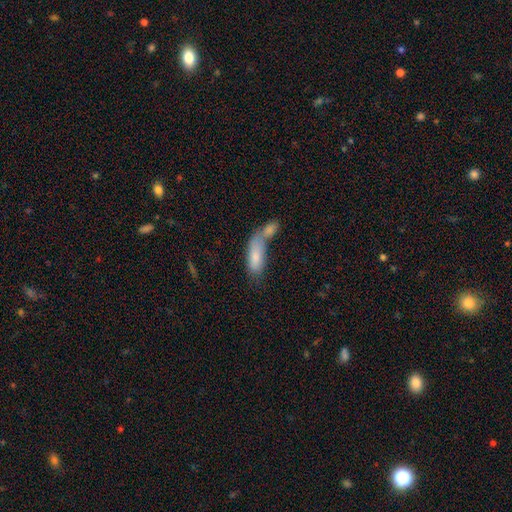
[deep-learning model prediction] smooth 77%, featured or disk 16%, star or artifact 7%. Down the decision tree: how rounded — in between (66%); merging — merger (65%).